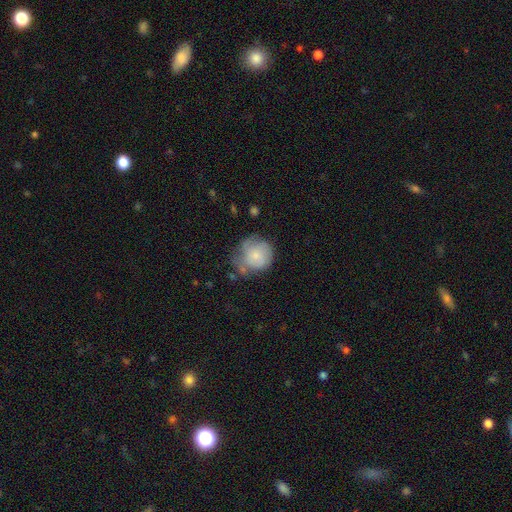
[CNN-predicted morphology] Smooth or featured: smooth — 66% (featured or disk — 27%)
How rounded: round — 85% (in between — 14%)
Merging: none — 46% (minor disturbance — 33%)